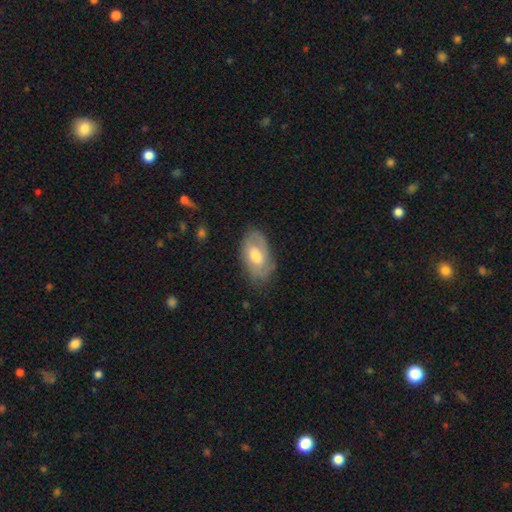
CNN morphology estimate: smooth 50%, featured or disk 44%, star or artifact 6%. Down the decision tree: how rounded — in between (93%); merging — none (68%).